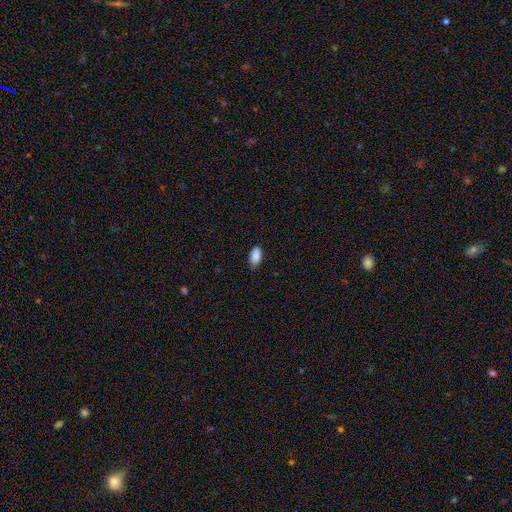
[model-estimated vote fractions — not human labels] smooth 89%, star or artifact 7%, featured or disk 4%. Down the decision tree: how rounded — in between (93%); merging — none (73%).